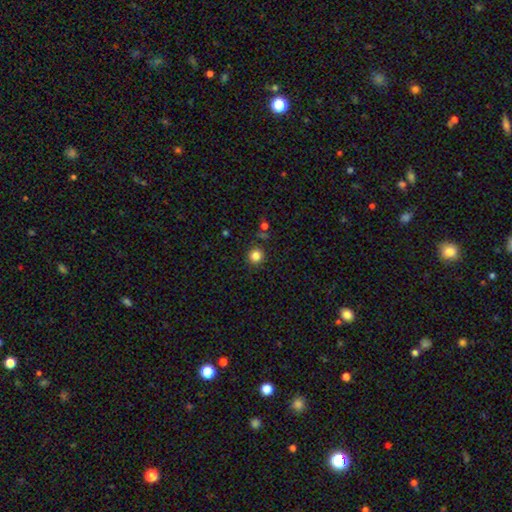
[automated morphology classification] smooth_or_featured: smooth (p=0.83) [alt: star or artifact p=0.12]
how_rounded: round (p=0.94) [alt: in between p=0.05]
merging: none (p=0.89) [alt: minor disturbance p=0.06]